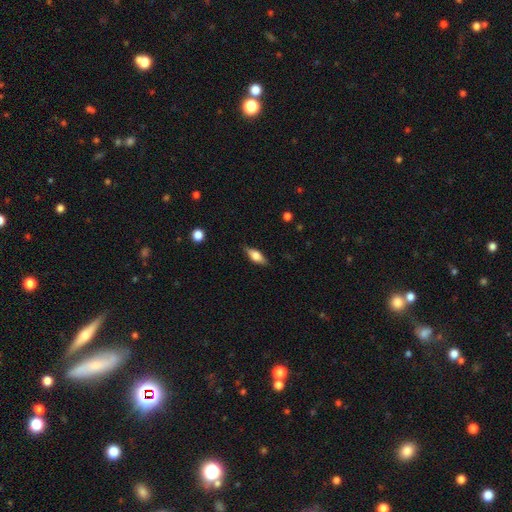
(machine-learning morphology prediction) A smooth galaxy with no disk features (58%) that is in between round and cigar-shaped (68%). Merging: none (83%).